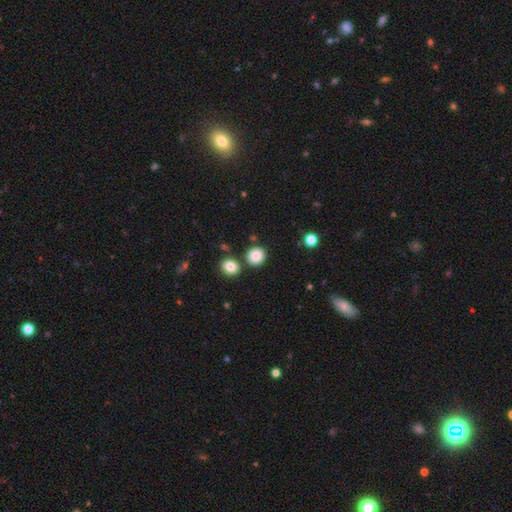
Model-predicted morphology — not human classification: smooth-or-featured: smooth: 85% | star or artifact: 10% | featured or disk: 5%
  how-rounded: round: 88% | in between: 11% | cigar-shaped: 1%
  merging: none: 82% | minor disturbance: 8% | merger: 8% | major disturbance: 3%